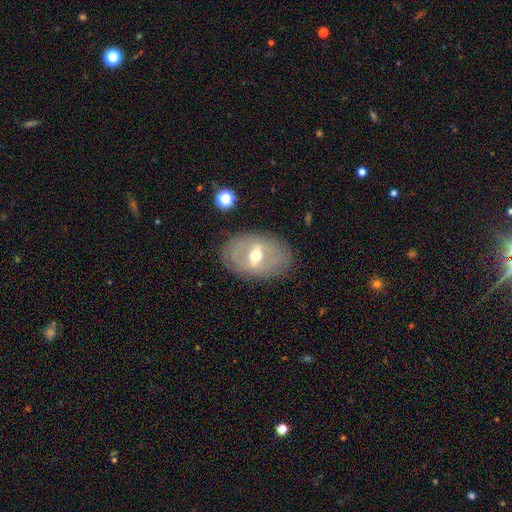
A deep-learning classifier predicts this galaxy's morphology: Smooth or featured? featured or disk (65%)
Edge-on disk? no (88%)
Bar? strong (44%)
Spiral arms? no (73%)
Bulge size? moderate (73%)
Merging? none (80%)